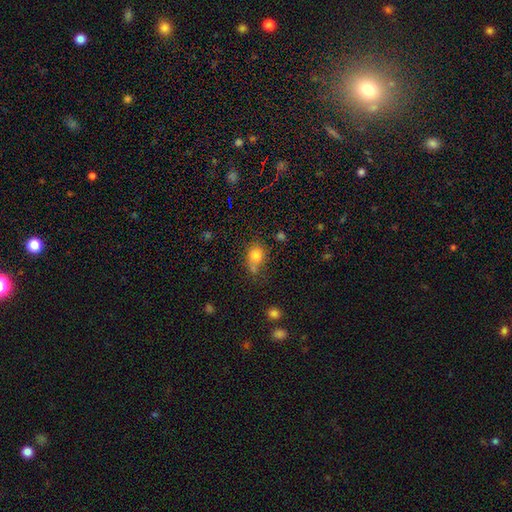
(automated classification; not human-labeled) Morphology: type=smooth (79%); roundness=round (68%); merging=none (49%).